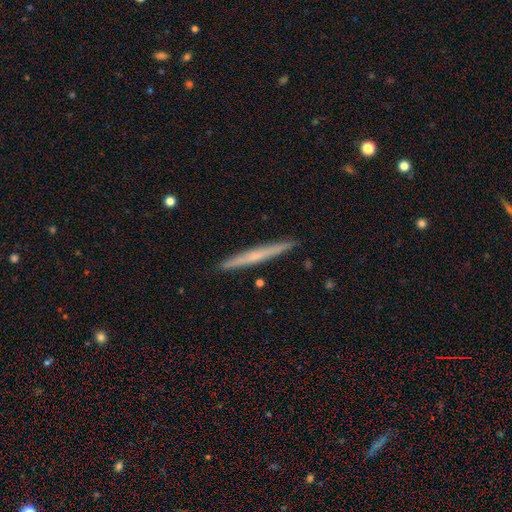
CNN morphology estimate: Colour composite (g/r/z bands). It shows a featured or disk galaxy (55%) viewed edge-on (97%) with no central bulge (54%). Merging: none (92%).